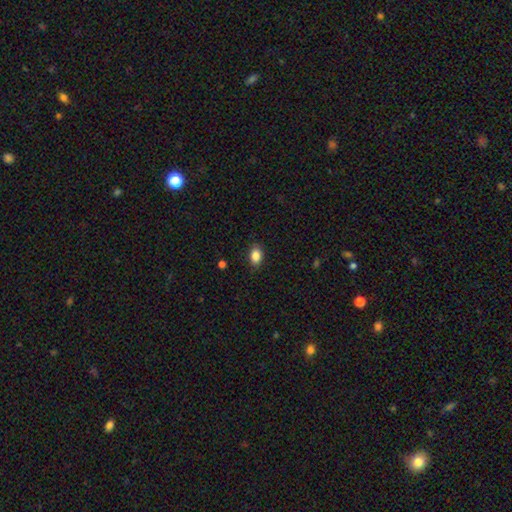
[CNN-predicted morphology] Smooth or featured: smooth — 87% (star or artifact — 9%)
How rounded: in between — 82% (round — 17%)
Merging: none — 86% (minor disturbance — 10%)